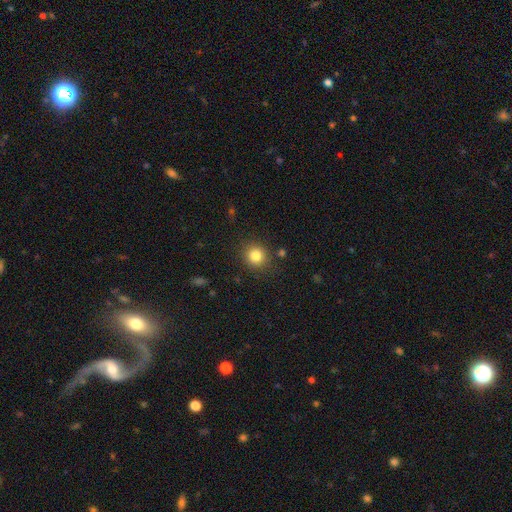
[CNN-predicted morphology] The model was most divided on "smooth or featured": smooth: 83%, star or artifact: 11%, featured or disk: 6%. More confident: how rounded — round (90%); merging — none (87%).